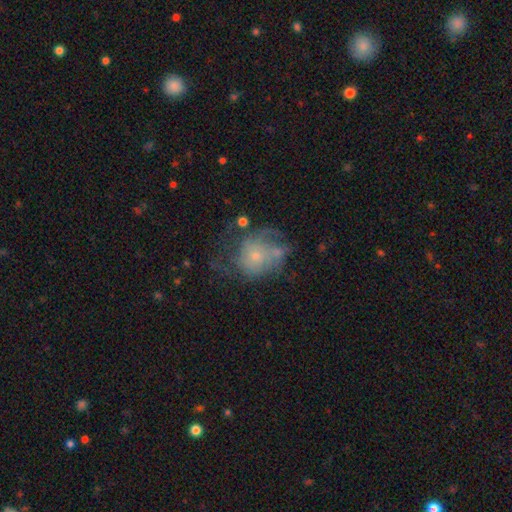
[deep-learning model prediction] Smooth or featured?
  - featured or disk: 57% *
  - smooth: 33%
  - star or artifact: 10%
Edge-on disk?
  - no: 98% *
  - yes: 2%
Bar?
  - no: 83% *
  - weak: 15%
  - strong: 2%
Spiral arms?
  - yes: 65% *
  - no: 35%
Bulge size?
  - small: 67% *
  - moderate: 25%
  - none: 5%
  - large: 2%
  - dominant: 1%
Merging?
  - none: 37% *
  - major disturbance: 33%
  - minor disturbance: 22%
  - merger: 8%